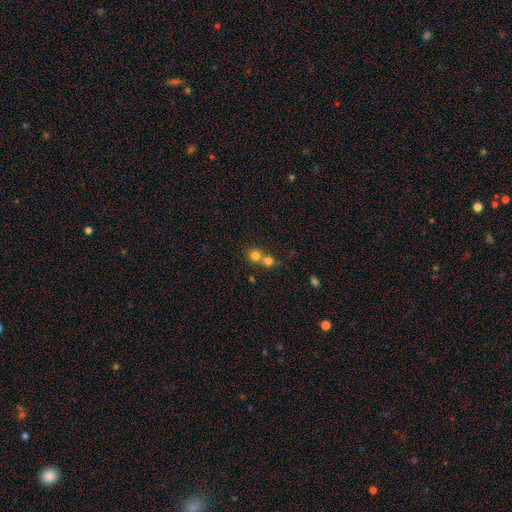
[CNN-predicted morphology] The model was most divided on "merging": merger: 53%, none: 41%, minor disturbance: 4%, major disturbance: 2%. More confident: how rounded — round (88%); smooth or featured — smooth (78%).